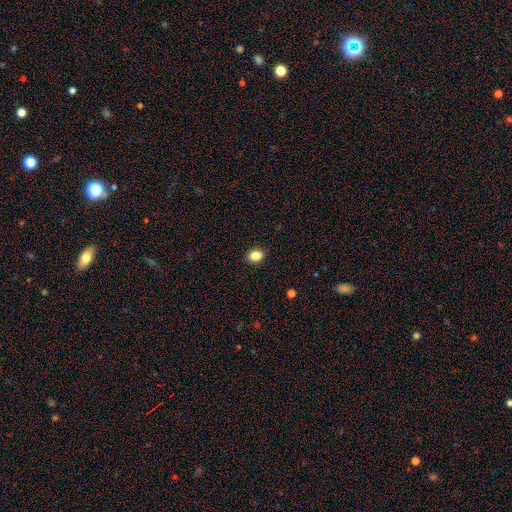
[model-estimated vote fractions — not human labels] A smooth galaxy with no disk features (85%) that is in between round and cigar-shaped (60%).

Vote fractions:
- Smooth or featured? smooth: 85% / star or artifact: 10% / featured or disk: 5%
- How rounded? in between: 60% / round: 39% / cigar-shaped: 1%
- Merging? none: 90% / minor disturbance: 7% / major disturbance: 2% / merger: 1%